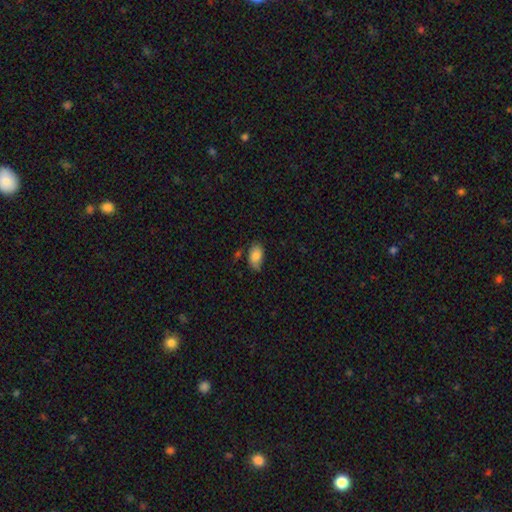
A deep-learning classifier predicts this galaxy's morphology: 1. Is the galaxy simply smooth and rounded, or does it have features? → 82% smooth, 11% featured or disk, 7% star or artifact.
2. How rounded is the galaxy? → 92% in between, 6% round, 2% cigar-shaped.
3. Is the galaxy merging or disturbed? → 64% none, 26% minor disturbance, 5% major disturbance, 4% merger.